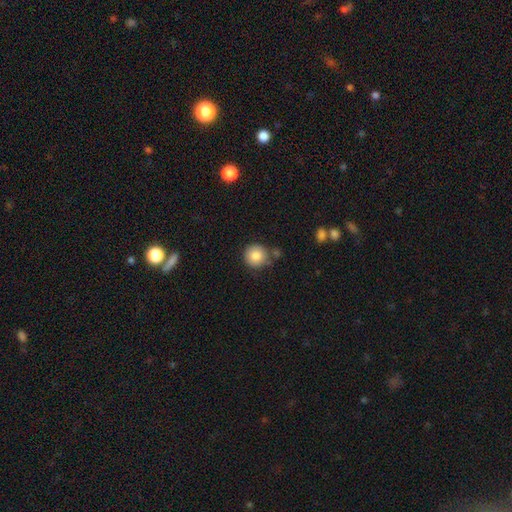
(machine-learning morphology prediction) smooth-or-featured: smooth: 85% | star or artifact: 9% | featured or disk: 6%
  how-rounded: round: 94% | in between: 5% | cigar-shaped: 1%
  merging: none: 75% | minor disturbance: 13% | merger: 8% | major disturbance: 3%